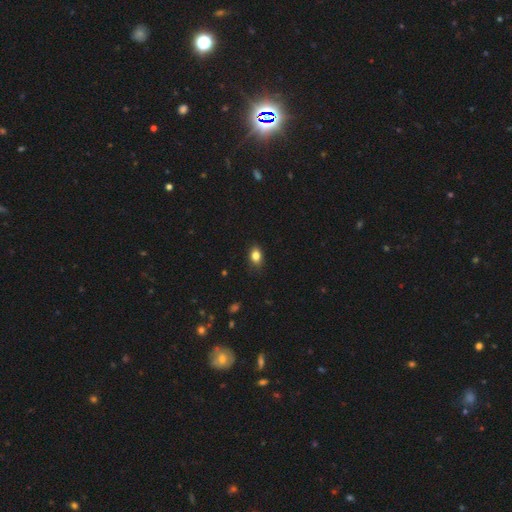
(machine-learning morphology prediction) Smooth or featured? Predicted: smooth (p=0.83). How rounded? Predicted: in between (p=0.75). Merging? Predicted: none (p=0.84).